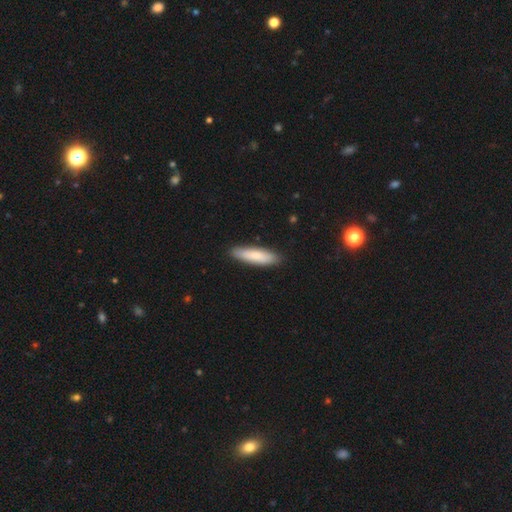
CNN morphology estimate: A smooth galaxy with no disk features (80%) that is cigar-shaped (69%).

Vote fractions:
- Smooth or featured? smooth: 80% / featured or disk: 15% / star or artifact: 5%
- How rounded? cigar-shaped: 69% / in between: 30% / round: 1%
- Merging? none: 89% / minor disturbance: 9% / major disturbance: 2% / merger: 1%